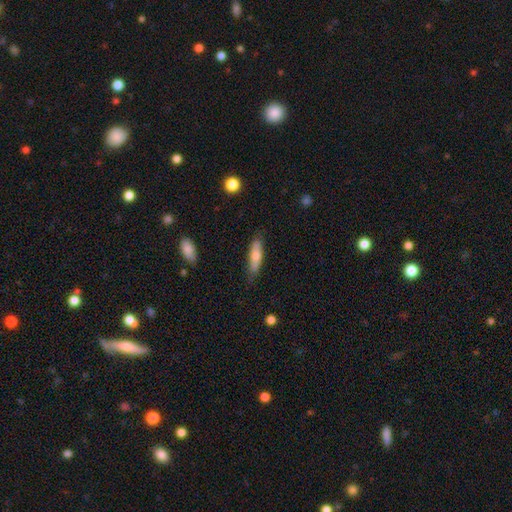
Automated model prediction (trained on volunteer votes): Smooth or featured?
  - smooth: 69% *
  - featured or disk: 25%
  - star or artifact: 6%
How rounded?
  - cigar-shaped: 66% *
  - in between: 32%
  - round: 2%
Merging?
  - none: 78% *
  - minor disturbance: 17%
  - major disturbance: 3%
  - merger: 2%